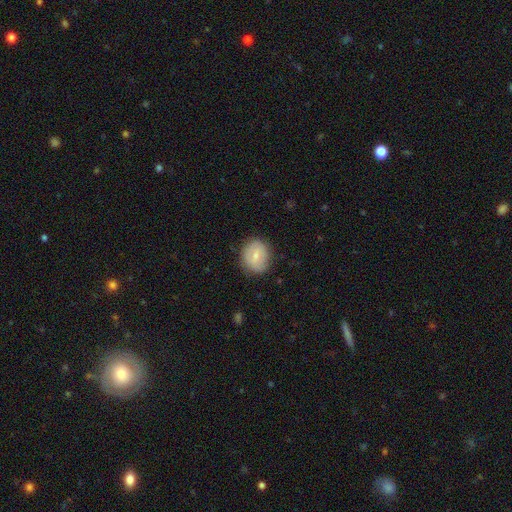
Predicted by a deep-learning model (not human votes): The model was most divided on "how rounded": round: 60%, in between: 39%, cigar-shaped: 1%. More confident: merging — none (78%); smooth or featured — smooth (62%).